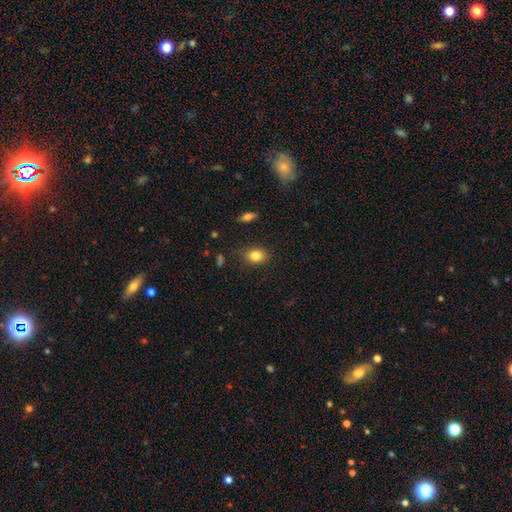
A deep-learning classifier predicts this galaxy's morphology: A smooth galaxy with no disk features (83%) that is in between round and cigar-shaped (64%).

Vote fractions:
- Smooth or featured? smooth: 83% / star or artifact: 10% / featured or disk: 7%
- How rounded? in between: 64% / round: 34% / cigar-shaped: 1%
- Merging? none: 79% / minor disturbance: 16% / major disturbance: 4% / merger: 2%